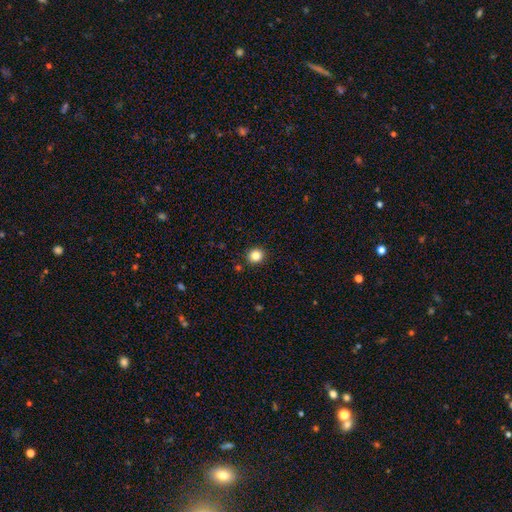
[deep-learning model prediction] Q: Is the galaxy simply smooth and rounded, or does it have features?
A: smooth — 84%.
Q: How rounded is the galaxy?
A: round — 81%.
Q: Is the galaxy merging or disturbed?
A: none — 91%.